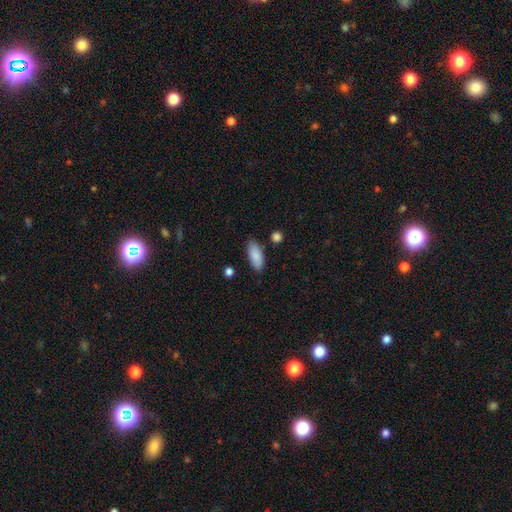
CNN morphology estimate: smooth 88%, star or artifact 6%, featured or disk 6%. Down the decision tree: how rounded — in between (83%); merging — none (83%).